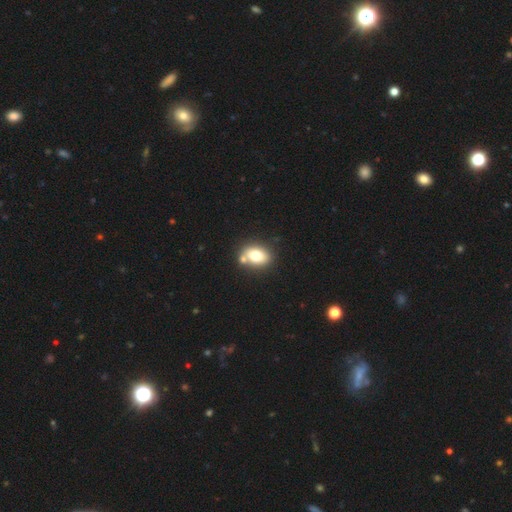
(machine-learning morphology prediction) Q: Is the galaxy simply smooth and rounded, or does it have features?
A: smooth — 72%.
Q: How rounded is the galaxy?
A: in between — 69%.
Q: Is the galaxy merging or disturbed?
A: none — 61%.